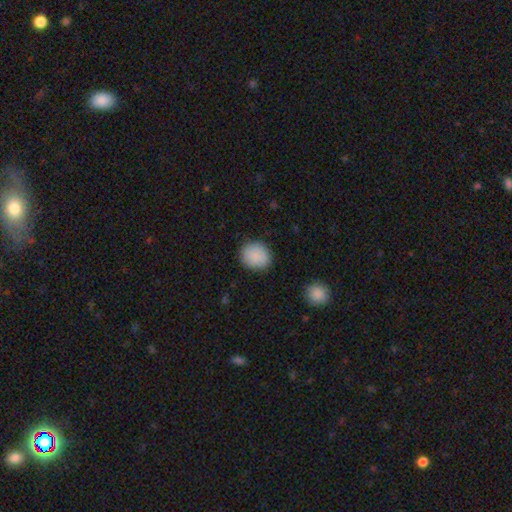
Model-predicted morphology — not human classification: This appears to be a smooth galaxy with no disk features (88%) that is round (76%). Merging: none (86%).